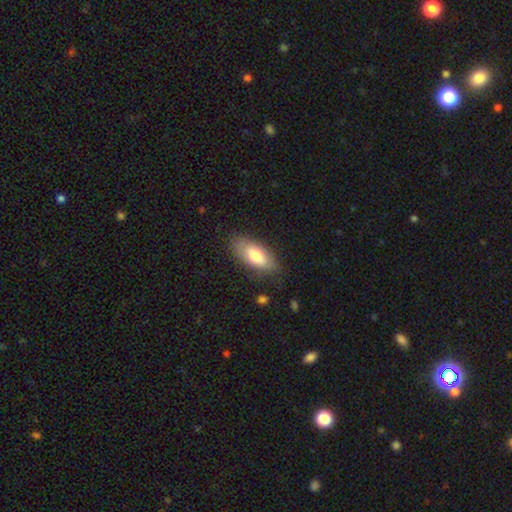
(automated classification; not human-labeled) smooth_or_featured: smooth (p=0.73) [alt: featured or disk p=0.21]
how_rounded: in between (p=0.85) [alt: cigar-shaped p=0.12]
merging: none (p=0.79) [alt: minor disturbance p=0.15]